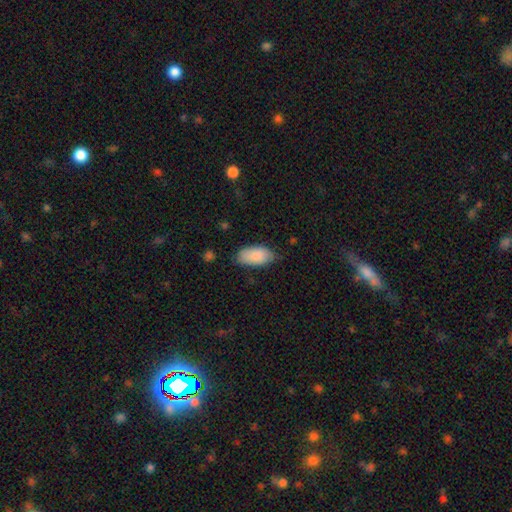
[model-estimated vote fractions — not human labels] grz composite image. It shows a smooth galaxy with no disk features (88%) that is in between round and cigar-shaped (94%). Merging: none (75%).